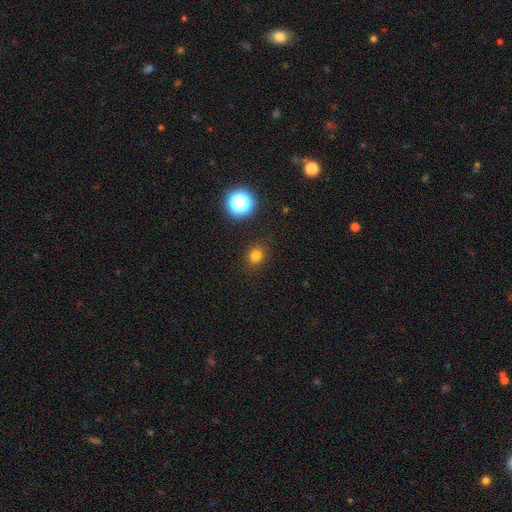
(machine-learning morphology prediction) Smooth or featured: smooth — 77% (star or artifact — 17%)
How rounded: round — 76% (in between — 23%)
Merging: none — 89% (minor disturbance — 7%)